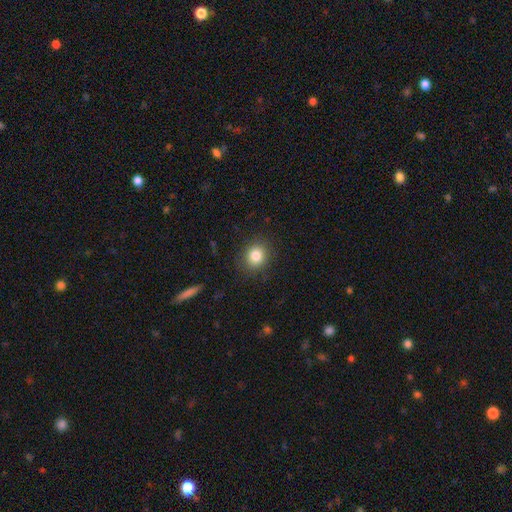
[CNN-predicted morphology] smooth-or-featured: smooth: 83% | star or artifact: 11% | featured or disk: 6%
  how-rounded: round: 72% | in between: 27% | cigar-shaped: 1%
  merging: none: 87% | minor disturbance: 9% | major disturbance: 3% | merger: 1%